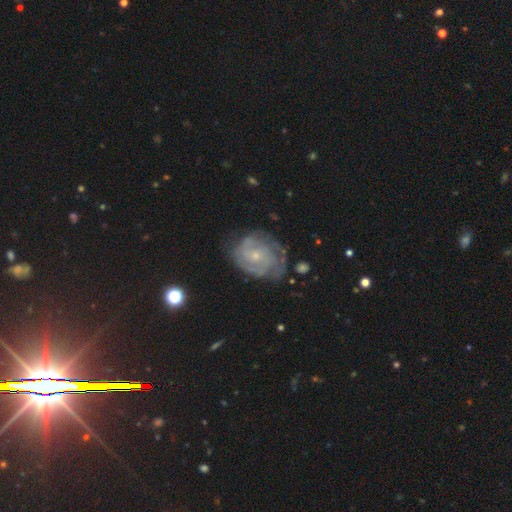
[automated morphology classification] A featured or disk galaxy (82%) with no bar (70%), tight (69%) spiral arms (94%) and a small central bulge (72%).

Vote fractions:
- Smooth or featured? featured or disk: 82% / smooth: 11% / star or artifact: 6%
- Edge-on disk? no: 98% / yes: 2%
- Bar? no: 70% / weak: 25% / strong: 4%
- Spiral arms? yes: 94% / no: 6%
- Spiral winding? tight: 69% / medium: 26% / loose: 6%
- Spiral arm count? can't tell: 34% / 2: 31% / 3: 18% / 4: 8% / 1: 5% / more than 4: 5%
- Bulge size? small: 72% / moderate: 23% / none: 4% / large: 1% / dominant: 1%
- Merging? none: 67% / minor disturbance: 22% / major disturbance: 9% / merger: 2%